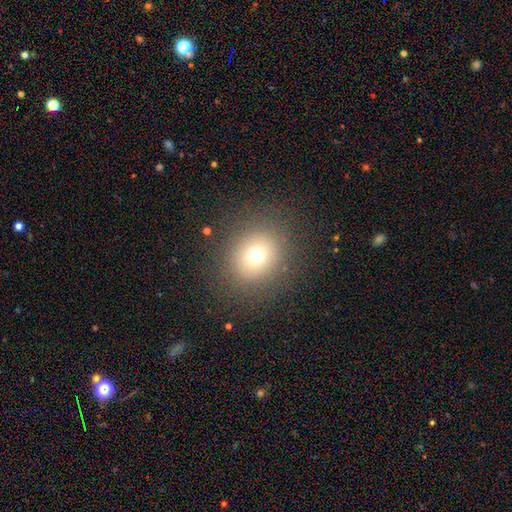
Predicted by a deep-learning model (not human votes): A smooth galaxy with no disk features (70%) that is round (78%). Merging: none (86%).